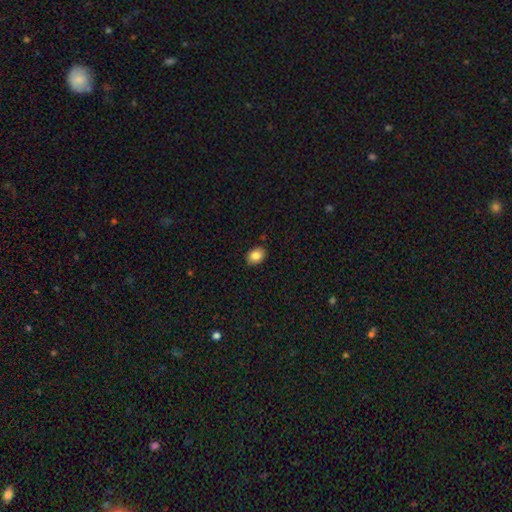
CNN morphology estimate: smooth-or-featured: smooth: 84% | star or artifact: 8% | featured or disk: 8%
  how-rounded: in between: 71% | round: 28% | cigar-shaped: 1%
  merging: none: 88% | minor disturbance: 9% | major disturbance: 2% | merger: 1%